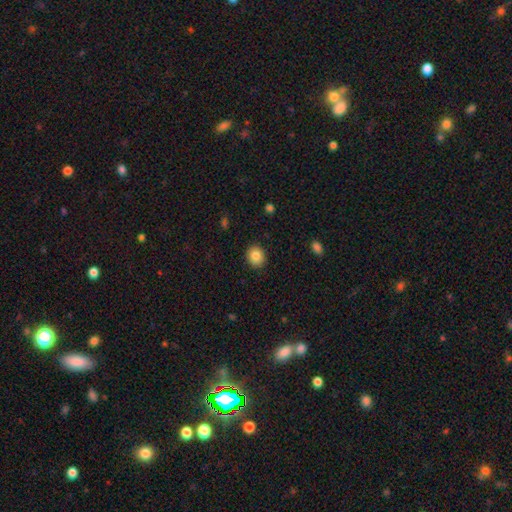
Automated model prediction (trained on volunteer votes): Overall: smooth (85%). How rounded: round (73%). Merging: none (90%).